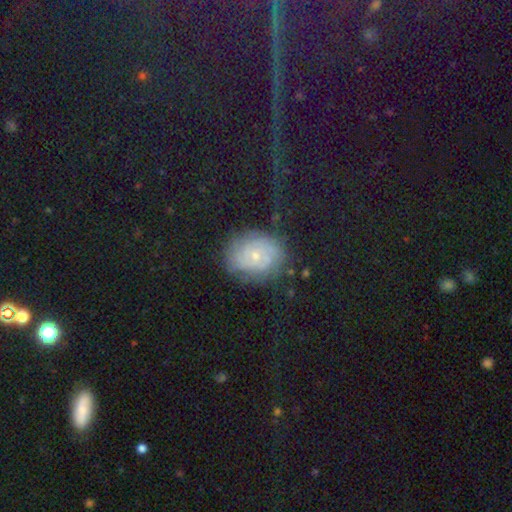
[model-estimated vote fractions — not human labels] Overall: featured or disk (50%; smooth 30%). Merging: none (75%).